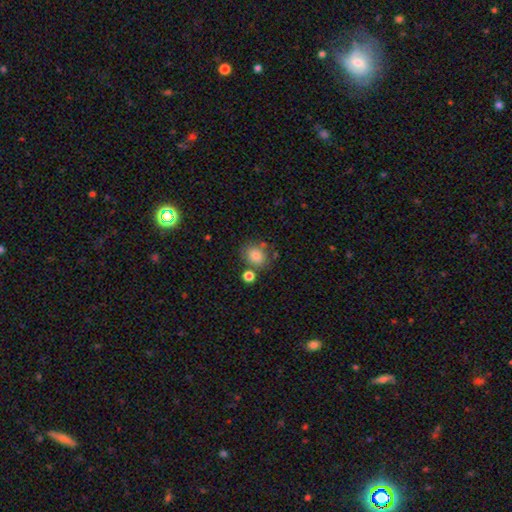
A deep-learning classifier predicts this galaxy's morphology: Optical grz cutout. It shows a smooth galaxy with no disk features (82%) that is round (65%). Merging: none (68%).